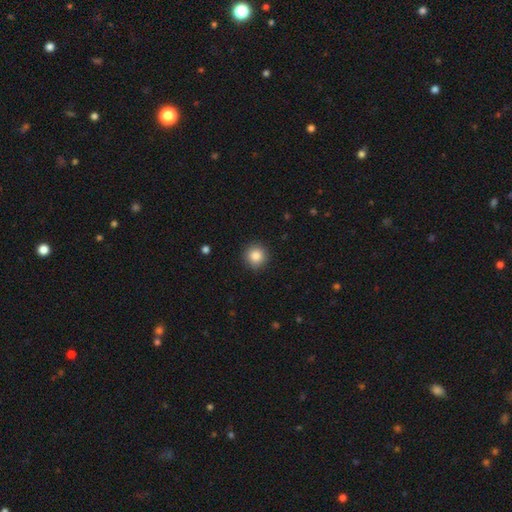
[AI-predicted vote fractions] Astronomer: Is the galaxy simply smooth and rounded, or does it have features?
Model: smooth — 86%.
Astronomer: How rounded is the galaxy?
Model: round — 95%.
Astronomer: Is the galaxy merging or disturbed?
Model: none — 90%.